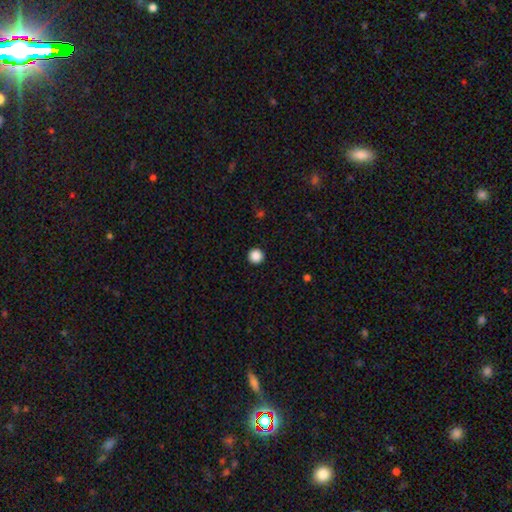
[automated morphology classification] Smooth or featured?
  - smooth: 88% *
  - star or artifact: 10%
  - featured or disk: 2%
How rounded?
  - round: 97% *
  - in between: 2%
  - cigar-shaped: 1%
Merging?
  - none: 94% *
  - minor disturbance: 4%
  - major disturbance: 1%
  - merger: 1%